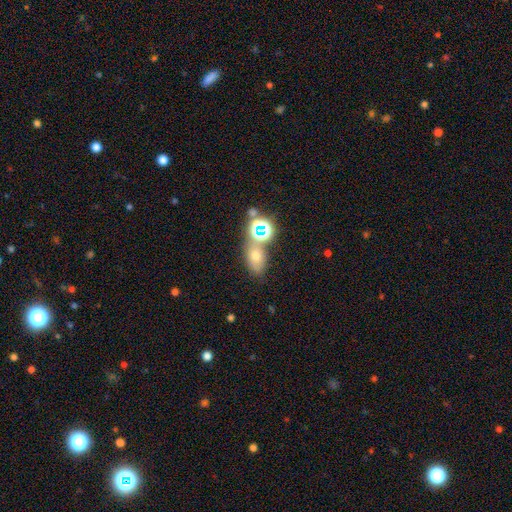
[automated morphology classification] Overall: smooth (52%; star or artifact 33%). How rounded: in between (71%). Merging: none (64%).